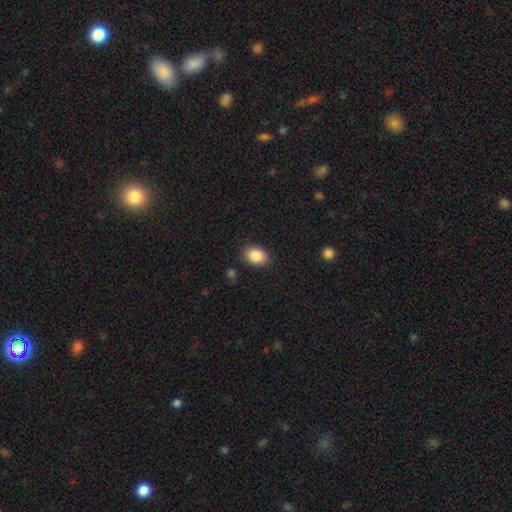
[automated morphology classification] smooth_or_featured: smooth (p=0.88) [alt: star or artifact p=0.08]
how_rounded: in between (p=0.76) [alt: round p=0.23]
merging: none (p=0.86) [alt: minor disturbance p=0.10]